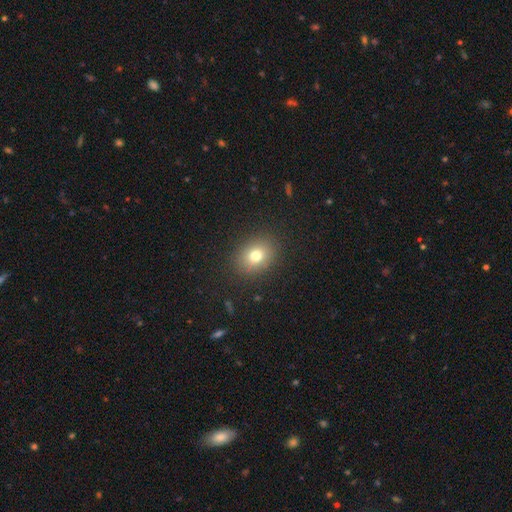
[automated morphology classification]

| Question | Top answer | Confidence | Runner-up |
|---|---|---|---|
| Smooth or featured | smooth | 76% | star or artifact (13%) |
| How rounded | in between | 53% | round (45%) |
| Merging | none | 88% | minor disturbance (8%) |